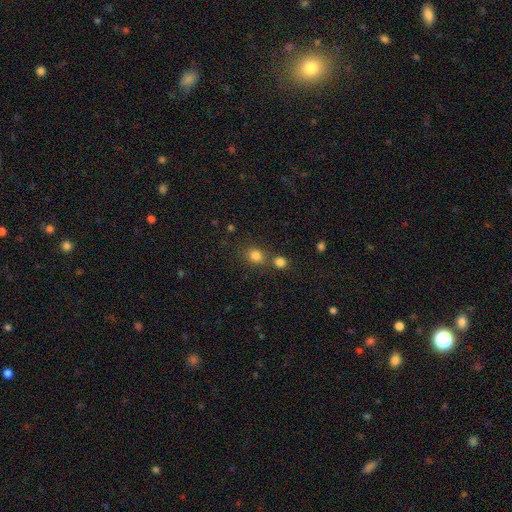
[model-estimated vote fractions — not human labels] Smooth or featured? Predicted: smooth (p=0.81). How rounded? Predicted: round (p=0.64). Merging? Predicted: none (p=0.61).